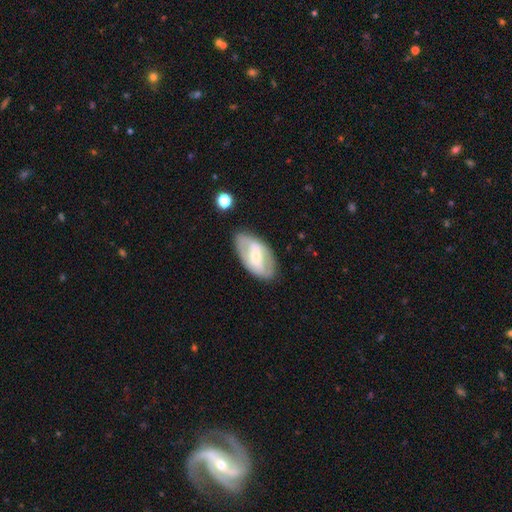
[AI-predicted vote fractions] featured or disk 65%, smooth 29%, star or artifact 5%. Down the decision tree: edge-on disk — no (93%); bar — strong (37%, tied with weak); spiral arms — yes (61%); bulge size — small (47%); merging — none (78%).